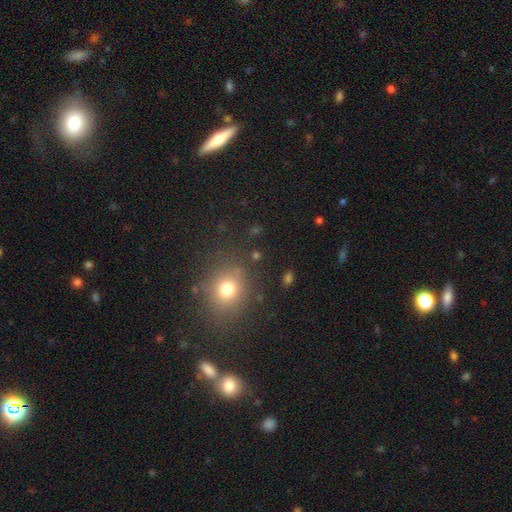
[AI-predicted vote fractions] This is likely a smooth galaxy (63%). How rounded: likely round (76%). Merging: clearly none (82%).